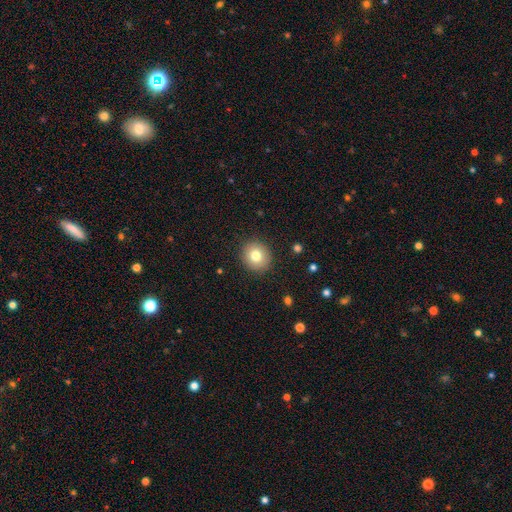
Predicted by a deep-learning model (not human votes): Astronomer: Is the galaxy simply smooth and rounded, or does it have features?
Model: smooth — 78%.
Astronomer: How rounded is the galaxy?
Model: round — 86%.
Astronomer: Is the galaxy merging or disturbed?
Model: none — 90%.